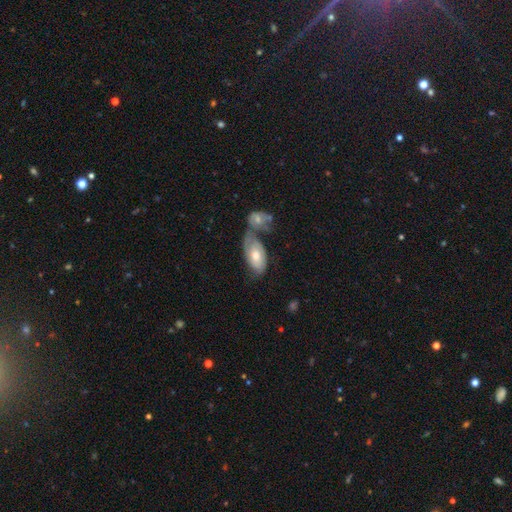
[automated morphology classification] featured or disk 49%, smooth 45%, star or artifact 6%. Down the decision tree: merging — merger (51%).